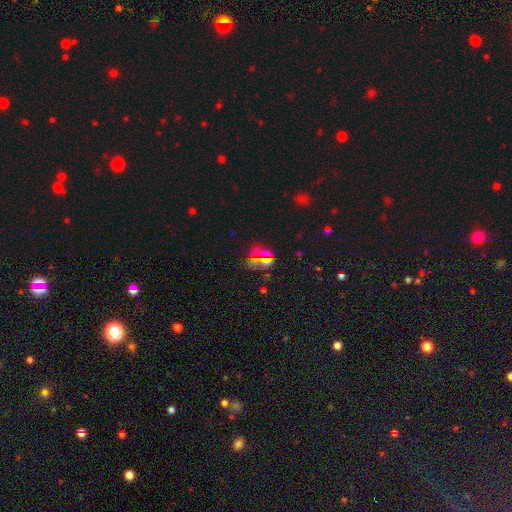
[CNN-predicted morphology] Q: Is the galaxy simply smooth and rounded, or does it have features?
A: star or artifact — 52%.